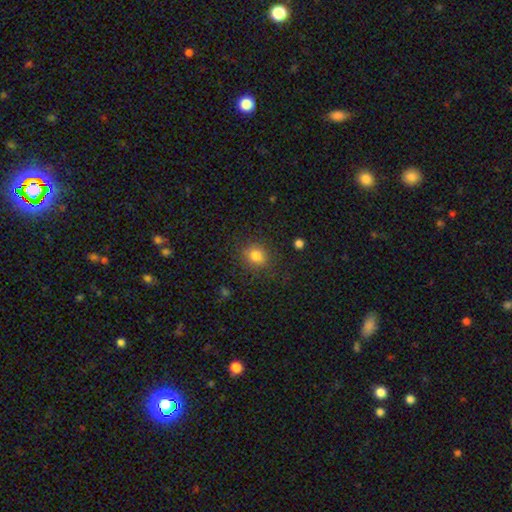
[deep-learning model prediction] smooth 81%, star or artifact 12%, featured or disk 7%. Down the decision tree: how rounded — round (69%); merging — none (83%).